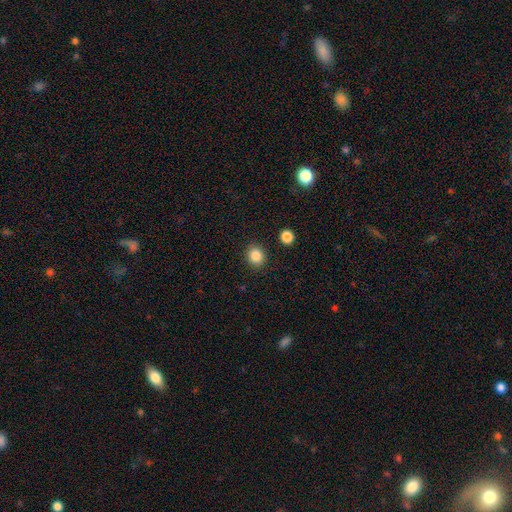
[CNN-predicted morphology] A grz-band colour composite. It shows a smooth galaxy with no disk features (86%) that is round (79%). Merging: none (90%).